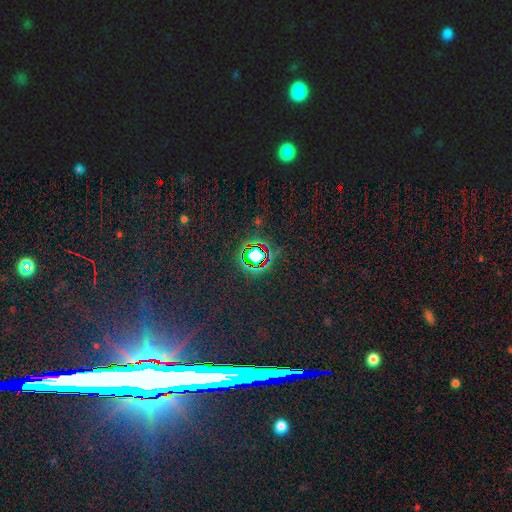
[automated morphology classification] star or artifact 75%, smooth 15%, featured or disk 10%.